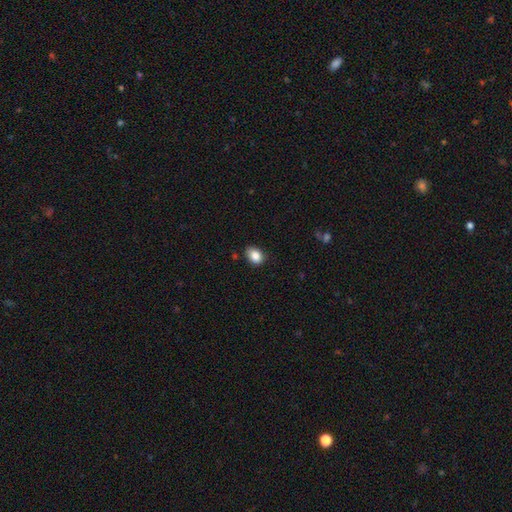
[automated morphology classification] smooth 86%, star or artifact 9%, featured or disk 5%. Down the decision tree: how rounded — in between (68%); merging — none (76%).